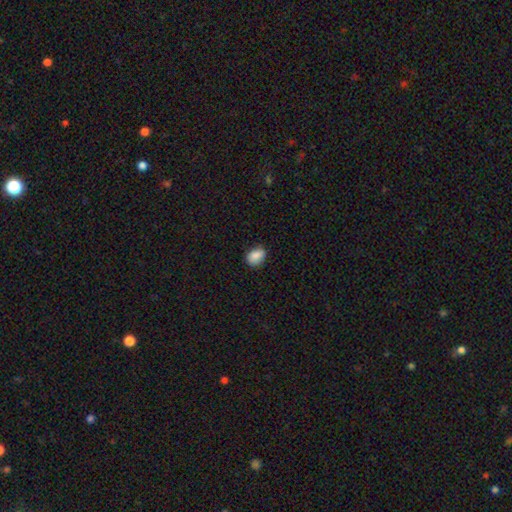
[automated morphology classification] Smooth or featured: smooth — 86% (star or artifact — 8%)
How rounded: in between — 71% (round — 28%)
Merging: none — 77% (minor disturbance — 19%)